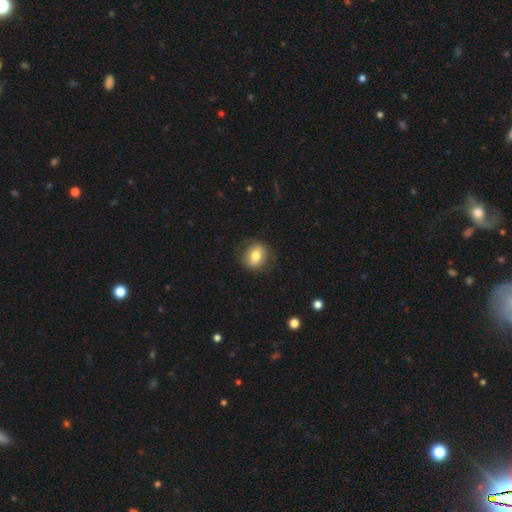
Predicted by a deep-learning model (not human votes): Q: Smooth or featured?
A: smooth (75%); runner-up: featured or disk (16%)
Q: How rounded?
A: round (66%); runner-up: in between (33%)
Q: Merging?
A: none (82%); runner-up: minor disturbance (13%)